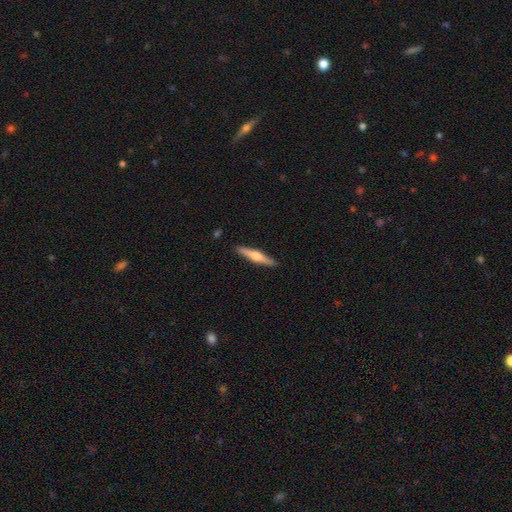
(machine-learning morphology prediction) Q: Smooth or featured?
A: featured or disk (56%); runner-up: smooth (38%)
Q: Edge-on disk?
A: yes (97%); runner-up: no (3%)
Q: Edge-on bulge?
A: rounded (88%); runner-up: boxy (7%)
Q: Merging?
A: none (91%); runner-up: minor disturbance (7%)